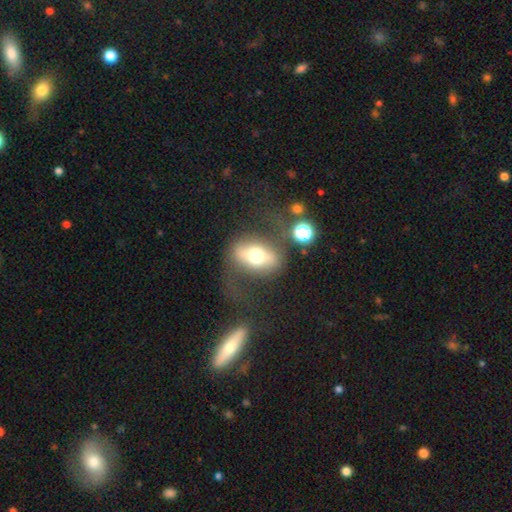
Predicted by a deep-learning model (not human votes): Q: Smooth or featured?
A: featured or disk (46%); runner-up: smooth (45%)
Q: Merging?
A: none (56%); runner-up: major disturbance (21%)